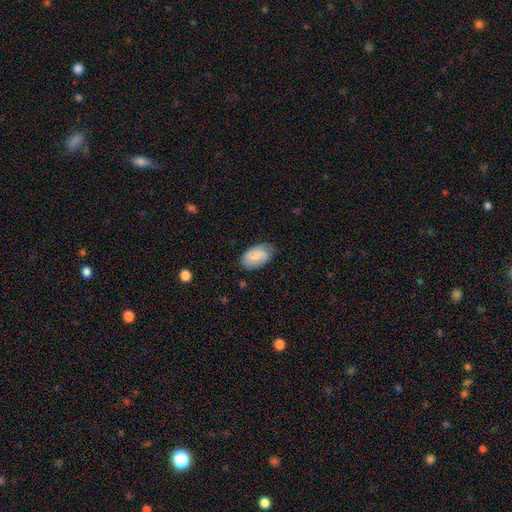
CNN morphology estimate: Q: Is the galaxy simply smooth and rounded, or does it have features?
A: smooth — 73%.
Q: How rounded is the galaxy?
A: in between — 93%.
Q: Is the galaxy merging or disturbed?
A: none — 70%.